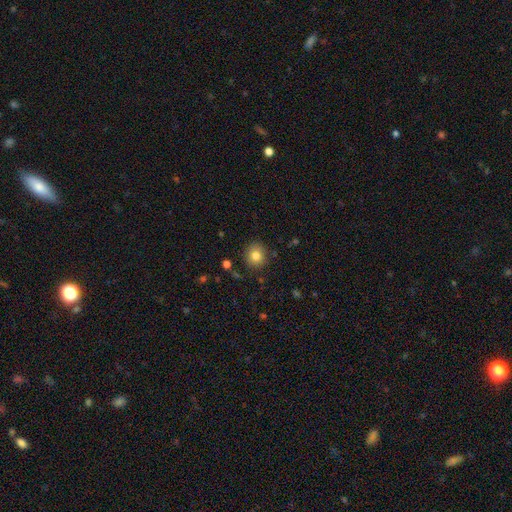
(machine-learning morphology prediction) A smooth galaxy with no disk features (81%) that is round (85%).

Vote fractions:
- Smooth or featured? smooth: 81% / star or artifact: 11% / featured or disk: 8%
- How rounded? round: 85% / in between: 14% / cigar-shaped: 1%
- Merging? none: 88% / minor disturbance: 8% / major disturbance: 2% / merger: 2%